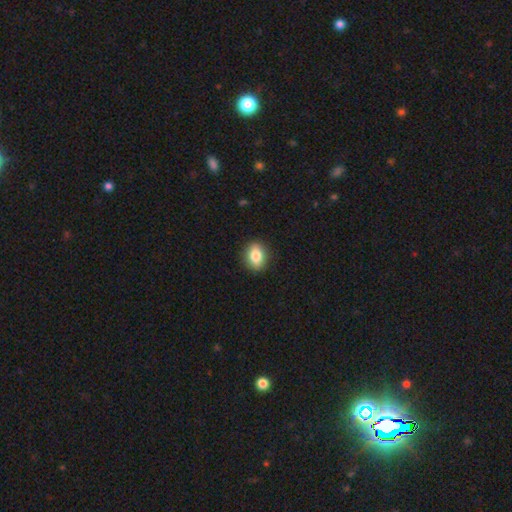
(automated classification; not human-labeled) Smooth or featured: smooth — 82% (featured or disk — 9%)
How rounded: in between — 64% (round — 34%)
Merging: none — 89% (minor disturbance — 9%)